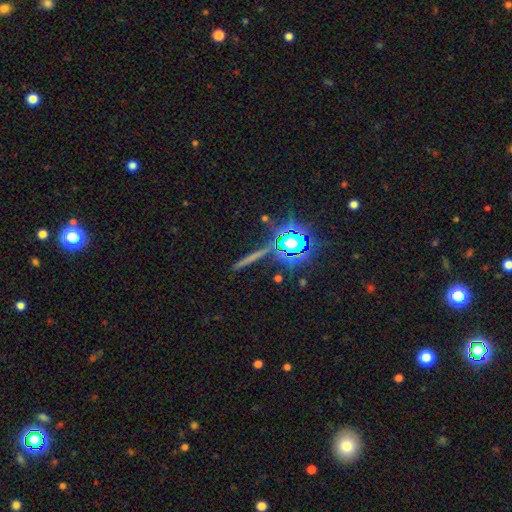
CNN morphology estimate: Overall: star or artifact (55%; featured or disk 22%).